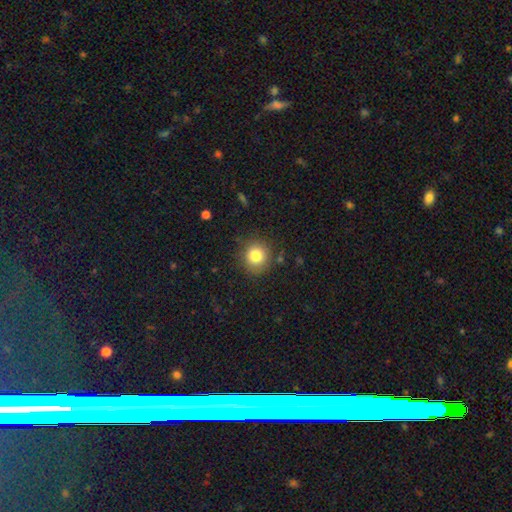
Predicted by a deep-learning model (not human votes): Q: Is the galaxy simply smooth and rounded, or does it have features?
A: smooth — 81%.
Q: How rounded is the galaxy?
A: round — 90%.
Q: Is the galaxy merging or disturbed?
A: none — 86%.